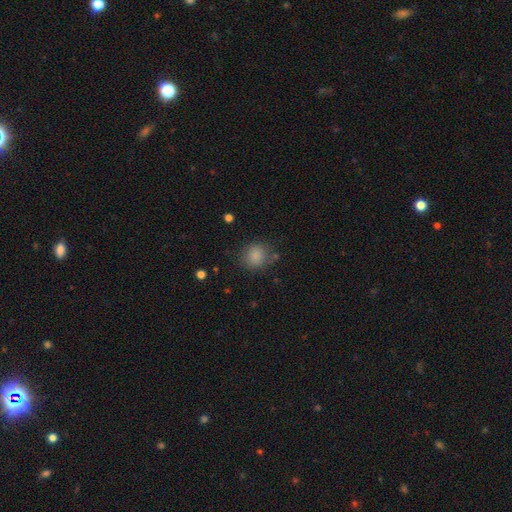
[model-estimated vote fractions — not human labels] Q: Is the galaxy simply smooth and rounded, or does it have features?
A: smooth — 85%.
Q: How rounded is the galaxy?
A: round — 79%.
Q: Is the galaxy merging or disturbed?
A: none — 79%.